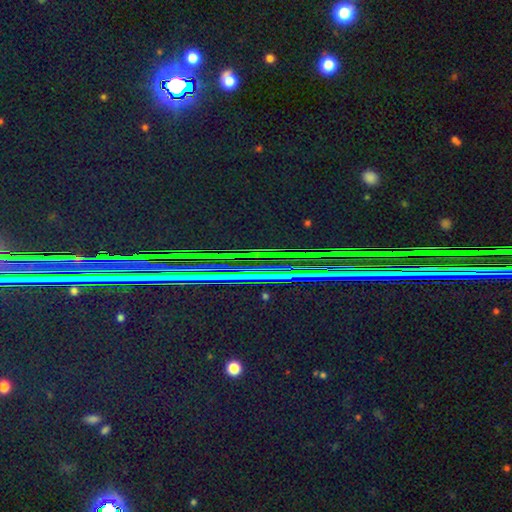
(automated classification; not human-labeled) Morphology: type=star or artifact (86%).